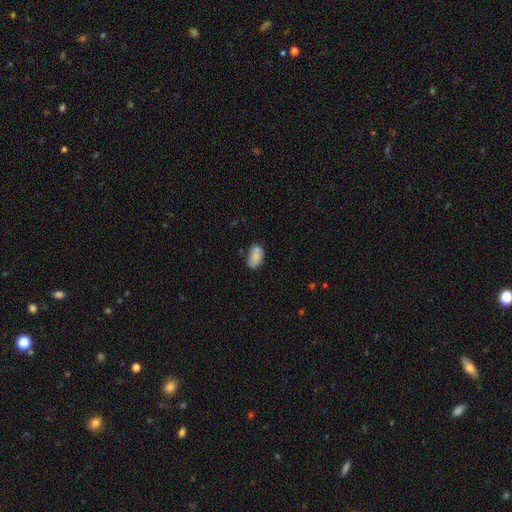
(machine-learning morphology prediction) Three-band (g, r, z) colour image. It shows a smooth galaxy with no disk features (73%) that is in between round and cigar-shaped (89%). Merging: none (54%).